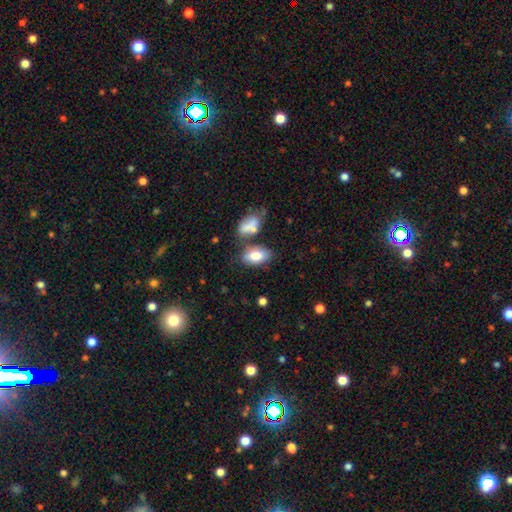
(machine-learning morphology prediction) Smooth or featured? smooth (80%)
How rounded? in between (92%)
Merging? none (61%)